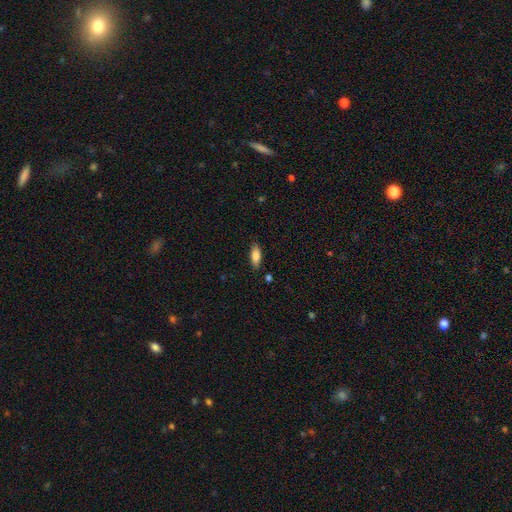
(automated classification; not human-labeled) Overall: smooth (81%). How rounded: in between (70%). Merging: none (85%).